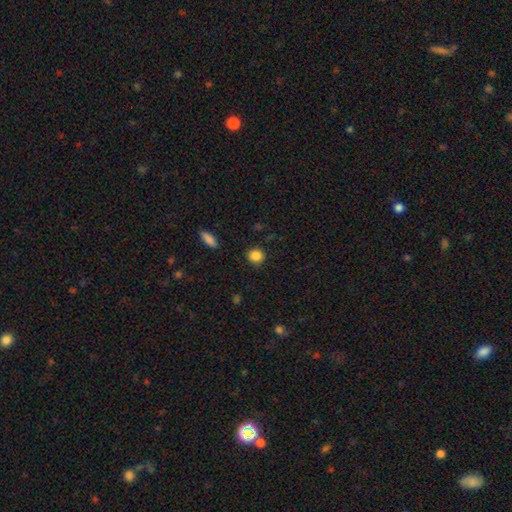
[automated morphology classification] This is clearly a smooth galaxy (86%). How rounded: clearly round (86%). Merging: clearly none (87%).